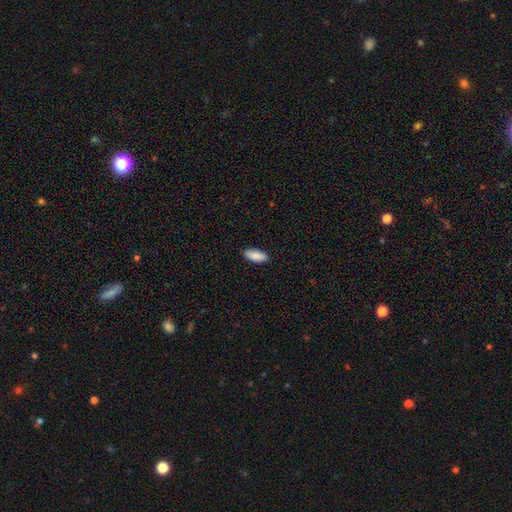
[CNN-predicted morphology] Smooth or featured: smooth — 89% (star or artifact — 6%)
How rounded: in between — 84% (cigar-shaped — 14%)
Merging: none — 89% (minor disturbance — 8%)